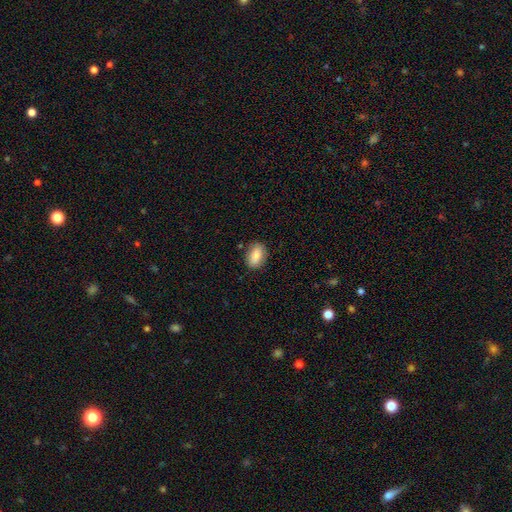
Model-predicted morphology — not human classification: type=smooth (83%); roundness=in between (85%); merging=none (84%).